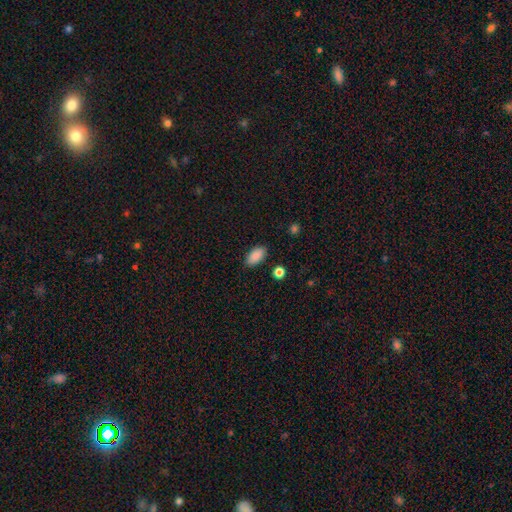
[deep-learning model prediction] The model was most divided on "merging": none: 85%, minor disturbance: 10%, major disturbance: 3%, merger: 2%. More confident: how rounded — in between (92%); smooth or featured — smooth (88%).